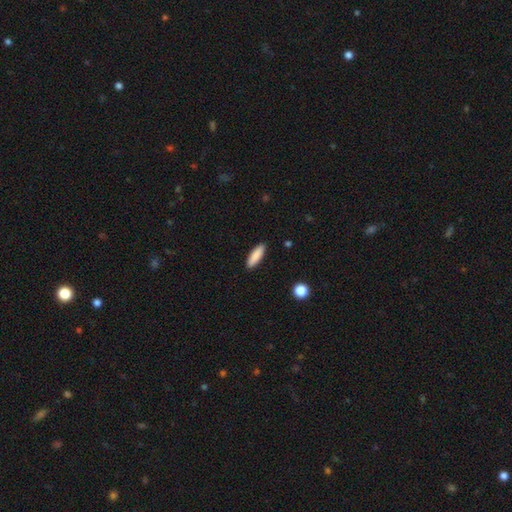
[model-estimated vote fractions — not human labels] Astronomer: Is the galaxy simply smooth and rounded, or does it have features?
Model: smooth — 88%.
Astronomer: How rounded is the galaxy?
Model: cigar-shaped — 56% (runner-up: in between, 42%).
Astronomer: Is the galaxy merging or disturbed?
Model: none — 90%.